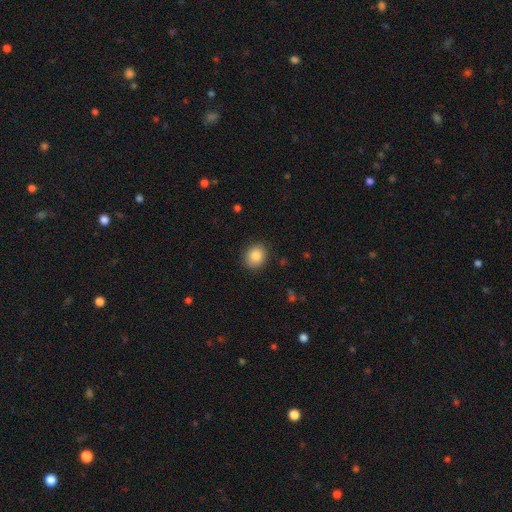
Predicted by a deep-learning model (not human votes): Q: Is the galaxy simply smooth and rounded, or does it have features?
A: smooth — 86%.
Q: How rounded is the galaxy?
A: round — 67%.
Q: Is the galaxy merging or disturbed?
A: none — 88%.